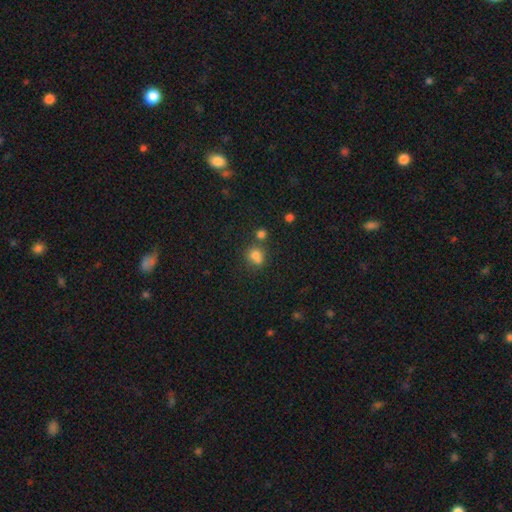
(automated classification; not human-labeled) Q: Smooth or featured?
A: smooth (76%); runner-up: star or artifact (15%)
Q: How rounded?
A: round (73%); runner-up: in between (26%)
Q: Merging?
A: none (51%); runner-up: merger (29%)